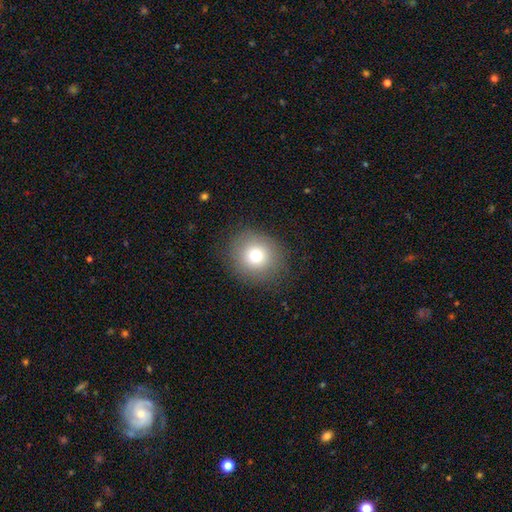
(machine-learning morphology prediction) Q: Smooth or featured?
A: smooth (75%); runner-up: star or artifact (13%)
Q: How rounded?
A: round (87%); runner-up: in between (12%)
Q: Merging?
A: none (86%); runner-up: minor disturbance (9%)